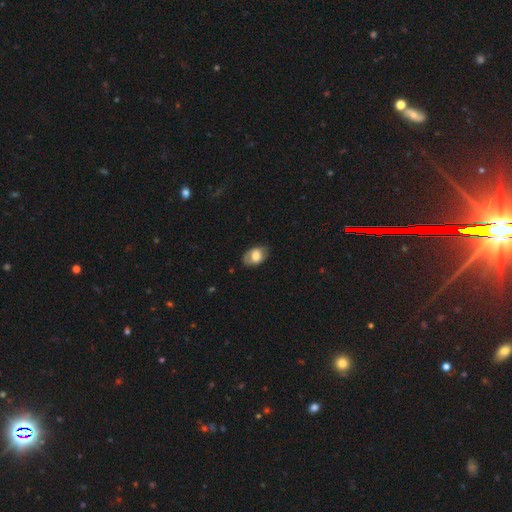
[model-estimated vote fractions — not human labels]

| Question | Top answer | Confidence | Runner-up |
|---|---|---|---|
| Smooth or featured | smooth | 64% | featured or disk (29%) |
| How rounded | in between | 88% | round (11%) |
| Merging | none | 74% | minor disturbance (20%) |